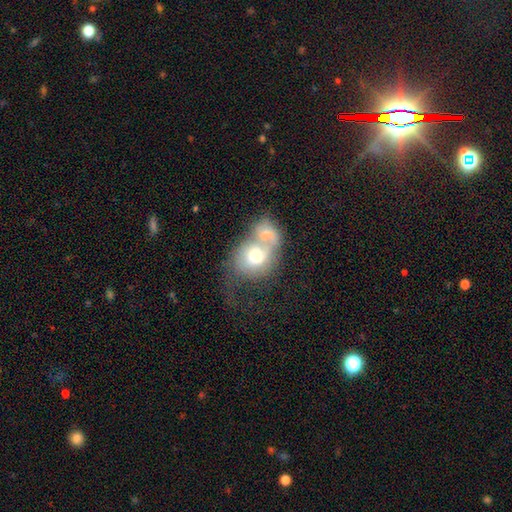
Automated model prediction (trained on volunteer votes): smooth 57%, featured or disk 35%, star or artifact 8%. Down the decision tree: how rounded — round (59%); merging — merger (76%).